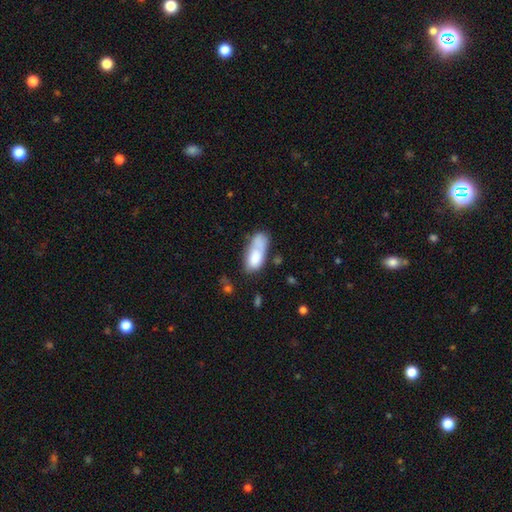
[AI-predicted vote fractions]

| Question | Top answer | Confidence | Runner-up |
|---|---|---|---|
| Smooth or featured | smooth | 75% | featured or disk (17%) |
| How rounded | in between | 83% | cigar-shaped (12%) |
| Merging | merger | 43% | none (25%) |